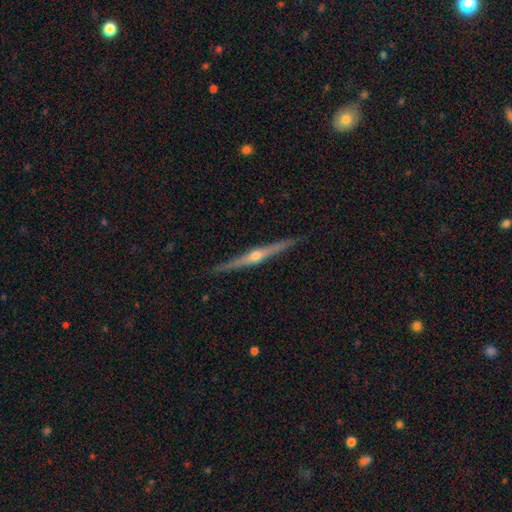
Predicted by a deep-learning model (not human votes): Q: Smooth or featured?
A: featured or disk (85%); runner-up: smooth (10%)
Q: Edge-on disk?
A: yes (98%); runner-up: no (2%)
Q: Edge-on bulge?
A: rounded (91%); runner-up: none (5%)
Q: Merging?
A: none (92%); runner-up: minor disturbance (6%)